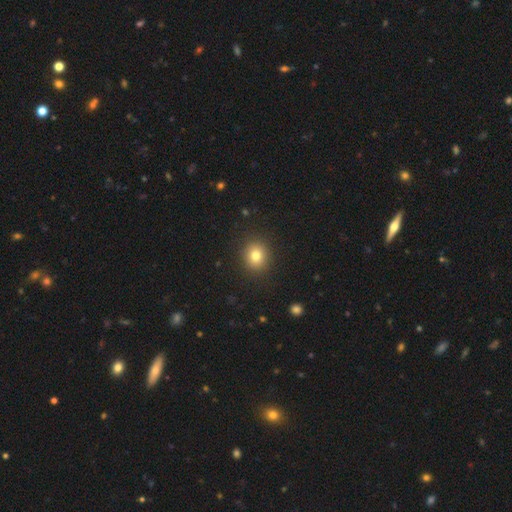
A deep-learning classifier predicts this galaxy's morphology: Smooth or featured? Predicted: smooth (p=0.79). How rounded? Predicted: round (p=0.81). Merging? Predicted: none (p=0.90).